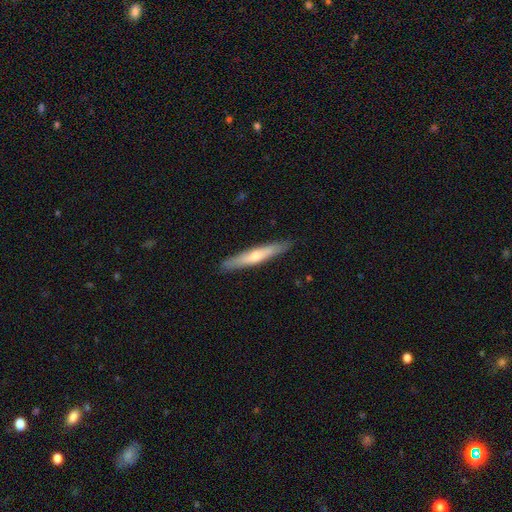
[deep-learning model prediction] The model was most divided on "smooth or featured": smooth: 51%, featured or disk: 44%, star or artifact: 5%. More confident: how rounded — cigar-shaped (93%); merging — none (90%).